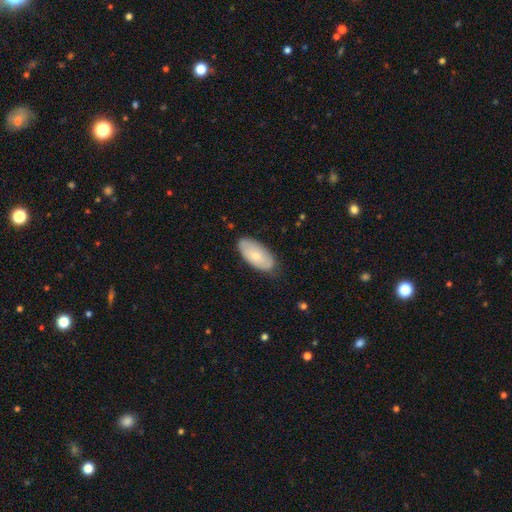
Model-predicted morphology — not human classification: A smooth galaxy with no disk features (71%) that is in between round and cigar-shaped (93%).

Vote fractions:
- Smooth or featured? smooth: 71% / featured or disk: 23% / star or artifact: 6%
- How rounded? in between: 93% / cigar-shaped: 5% / round: 2%
- Merging? none: 77% / minor disturbance: 18% / major disturbance: 3% / merger: 1%